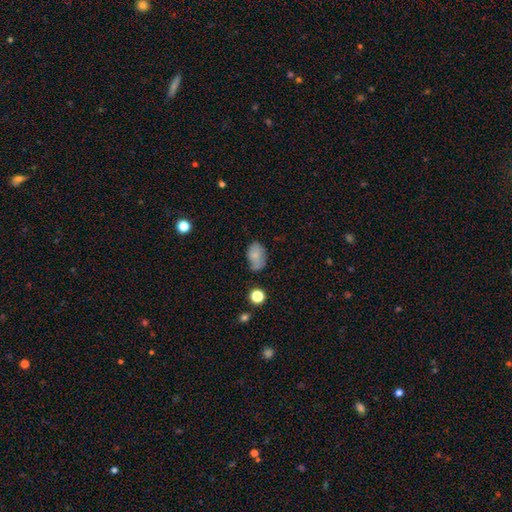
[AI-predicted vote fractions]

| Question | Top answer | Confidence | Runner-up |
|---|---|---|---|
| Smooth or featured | smooth | 74% | featured or disk (16%) |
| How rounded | in between | 84% | round (14%) |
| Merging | none | 55% | minor disturbance (32%) |